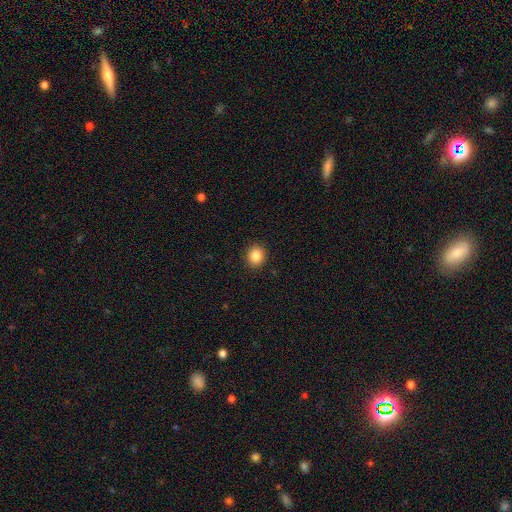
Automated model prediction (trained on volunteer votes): This is clearly a smooth galaxy (85%). How rounded: likely round (76%). Merging: clearly none (91%).